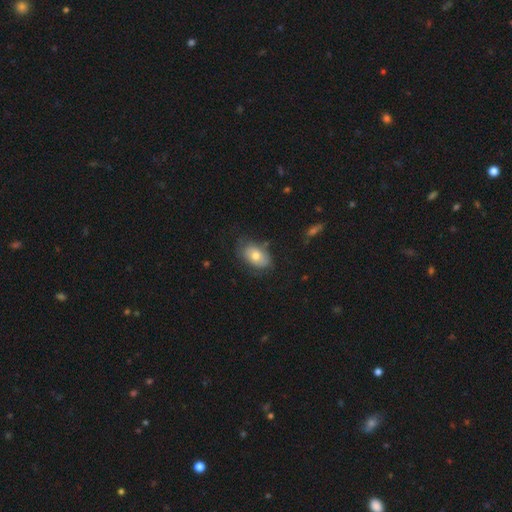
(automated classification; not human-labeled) smooth 69%, featured or disk 24%, star or artifact 7%. Down the decision tree: how rounded — in between (89%); merging — none (69%).